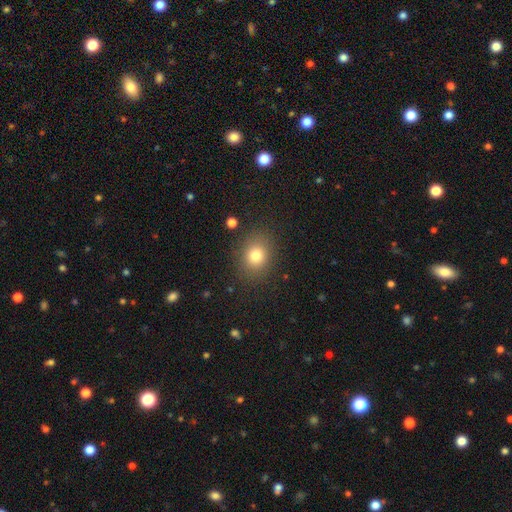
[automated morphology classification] Smooth or featured? Predicted: smooth (p=0.79). How rounded? Predicted: round (p=0.51). Merging? Predicted: none (p=0.84).